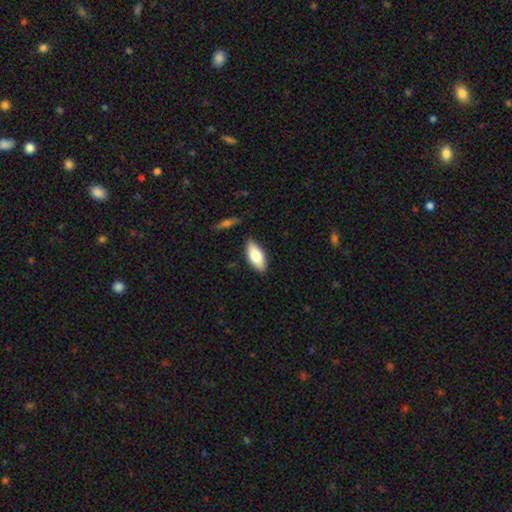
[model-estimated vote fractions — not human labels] smooth-or-featured: smooth: 76% | featured or disk: 18% | star or artifact: 6%
  how-rounded: in between: 84% | cigar-shaped: 14% | round: 2%
  merging: none: 86% | minor disturbance: 10% | major disturbance: 2% | merger: 2%